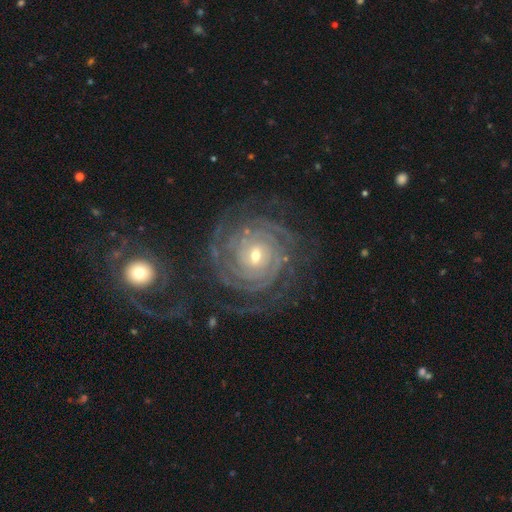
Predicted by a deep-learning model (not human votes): Q: Smooth or featured?
A: featured or disk (90%); runner-up: star or artifact (6%)
Q: Edge-on disk?
A: no (97%); runner-up: yes (3%)
Q: Bar?
A: no (56%); runner-up: weak (31%)
Q: Spiral arms?
A: yes (98%); runner-up: no (2%)
Q: Spiral winding?
A: tight (84%); runner-up: medium (13%)
Q: Spiral arm count?
A: can't tell (24%); runner-up: 4 (19%)
Q: Bulge size?
A: small (58%); runner-up: moderate (38%)
Q: Merging?
A: none (76%); runner-up: minor disturbance (14%)